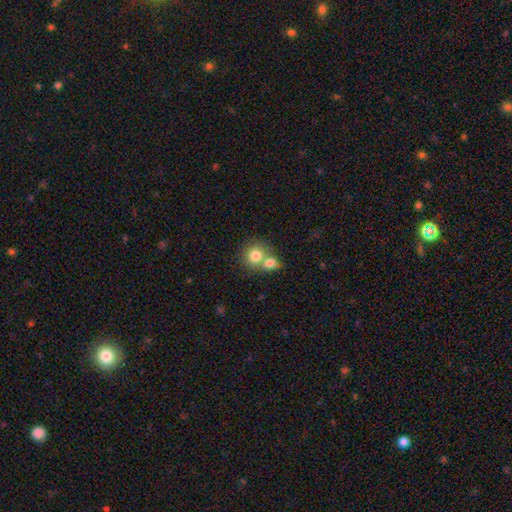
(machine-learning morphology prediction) A smooth galaxy with no disk features (78%) that is round (78%).

Vote fractions:
- Smooth or featured? smooth: 78% / featured or disk: 13% / star or artifact: 9%
- How rounded? round: 78% / in between: 21% / cigar-shaped: 1%
- Merging? merger: 55% / none: 35% / minor disturbance: 7% / major disturbance: 3%